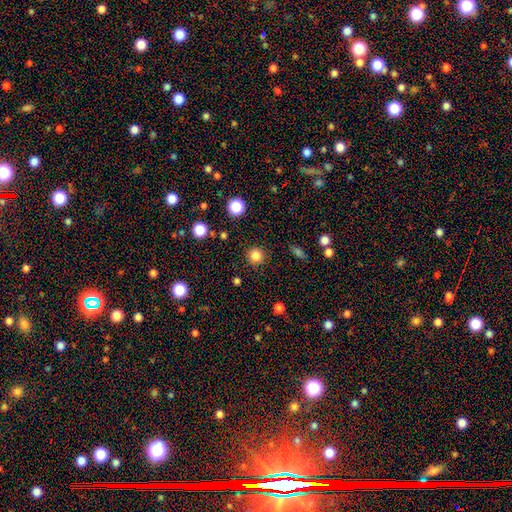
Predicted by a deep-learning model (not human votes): This appears to be a smooth galaxy with no disk features (83%) that is round (95%). Merging: none (91%).